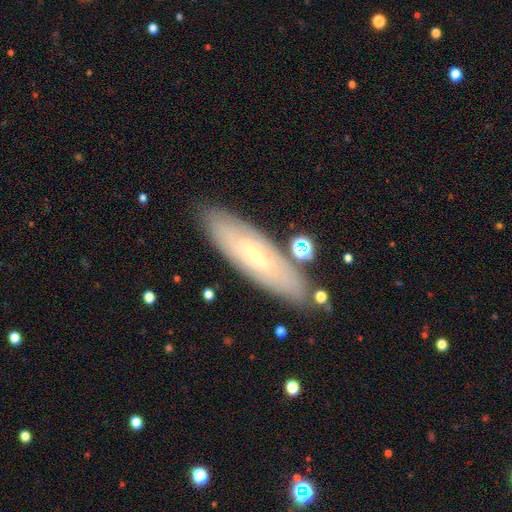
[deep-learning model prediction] Smooth or featured? Predicted: featured or disk (p=0.54). Edge-on disk? Predicted: no (p=0.63). Merging? Predicted: none (p=0.83).